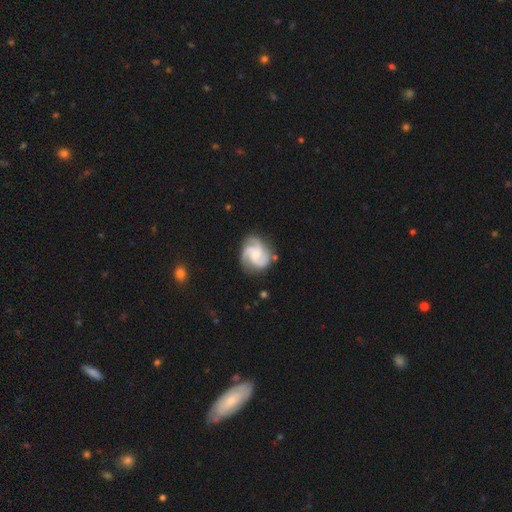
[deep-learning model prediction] Overall: featured or disk (87%). Edge-on disk: no (98%). Bar: no (63%; weak 31%). Spiral arms: yes (98%). Spiral arm count: 3 (70%). Spiral winding: medium (52%; tight 34%). Bulge size: small (51%; moderate 39%). Merging: none (75%).